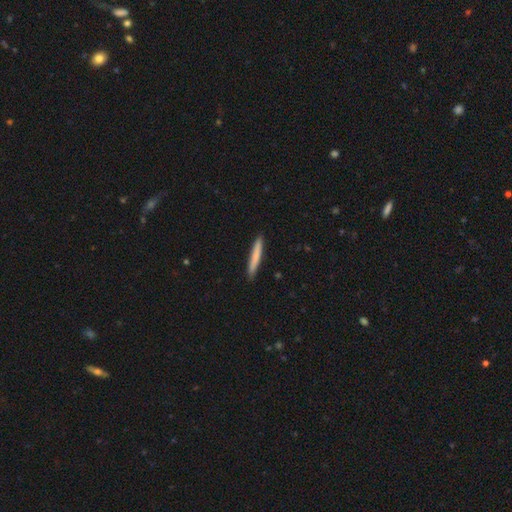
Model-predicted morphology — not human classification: Overall: smooth (77%). How rounded: cigar-shaped (96%). Merging: none (91%).